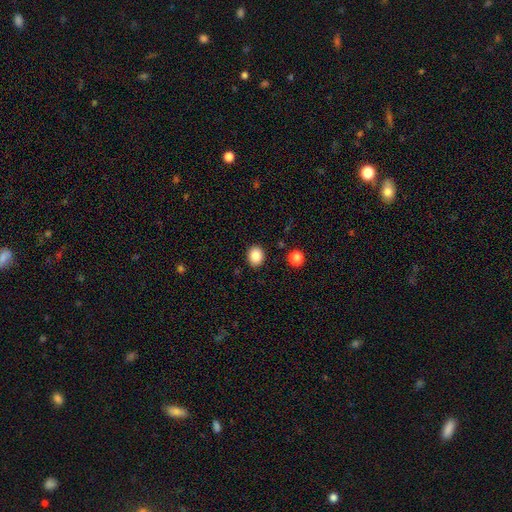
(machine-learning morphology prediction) A smooth galaxy with no disk features (86%) that is round (62%). Merging: none (90%).